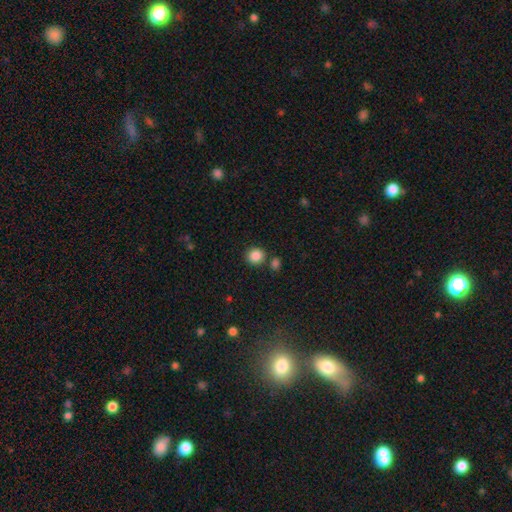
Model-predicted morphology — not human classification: smooth 87%, star or artifact 10%, featured or disk 4%. Down the decision tree: how rounded — round (86%); merging — none (78%).